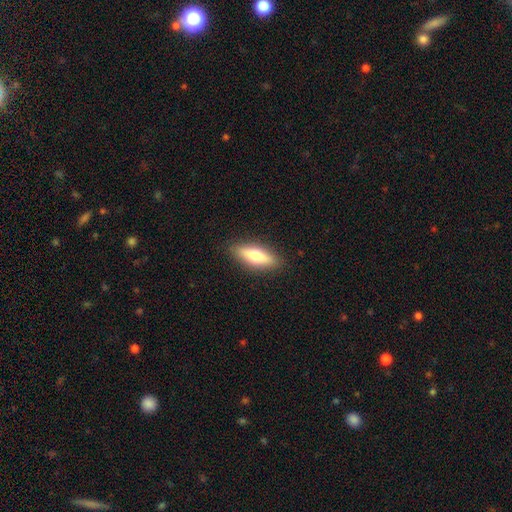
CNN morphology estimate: The model was most divided on "how rounded": in between: 50%, cigar-shaped: 47%, round: 3%. More confident: merging — none (89%); smooth or featured — smooth (61%).